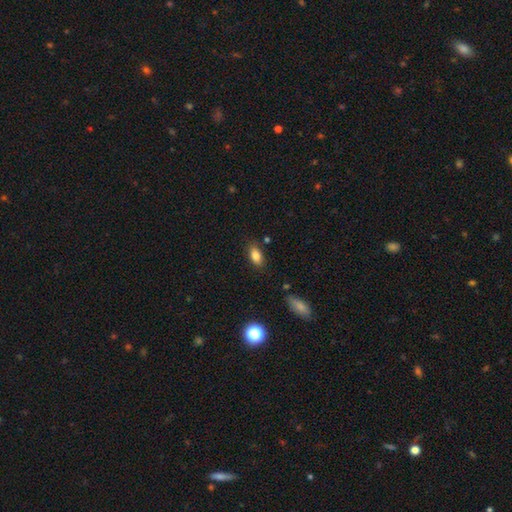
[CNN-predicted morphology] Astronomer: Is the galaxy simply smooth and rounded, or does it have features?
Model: smooth — 83%.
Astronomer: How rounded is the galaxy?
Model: in between — 88%.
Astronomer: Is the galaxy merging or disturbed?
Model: none — 82%.